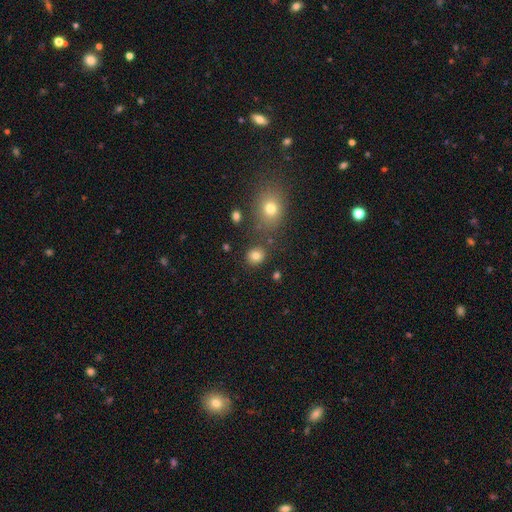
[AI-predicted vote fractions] A smooth galaxy with no disk features (80%) that is round (77%). Merging: none (81%).